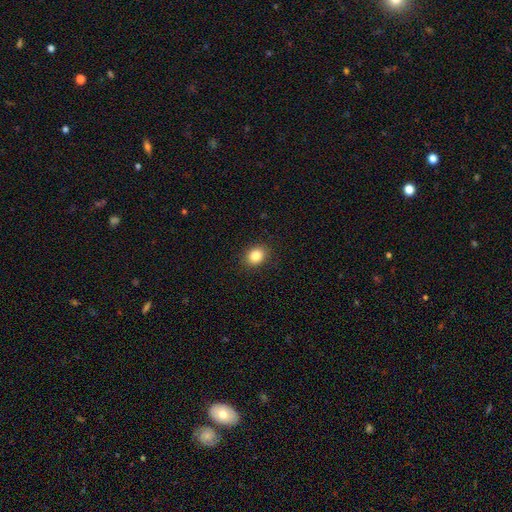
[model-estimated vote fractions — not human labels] Smooth or featured: smooth — 85% (star or artifact — 10%)
How rounded: round — 55% (in between — 44%)
Merging: none — 90% (minor disturbance — 7%)